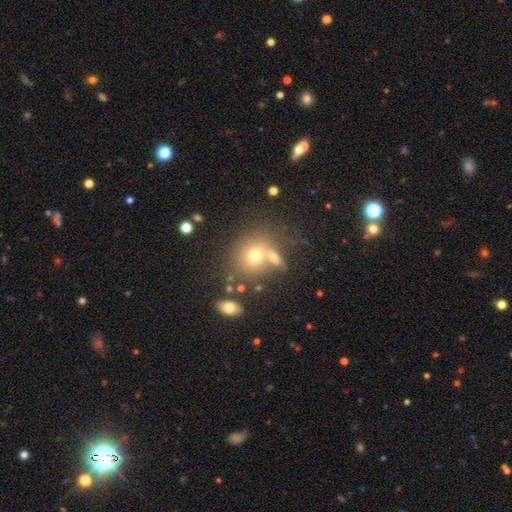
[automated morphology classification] smooth-or-featured: smooth: 66% | featured or disk: 18% | star or artifact: 15%
  how-rounded: round: 74% | in between: 25% | cigar-shaped: 1%
  merging: none: 52% | merger: 30% | minor disturbance: 11% | major disturbance: 6%